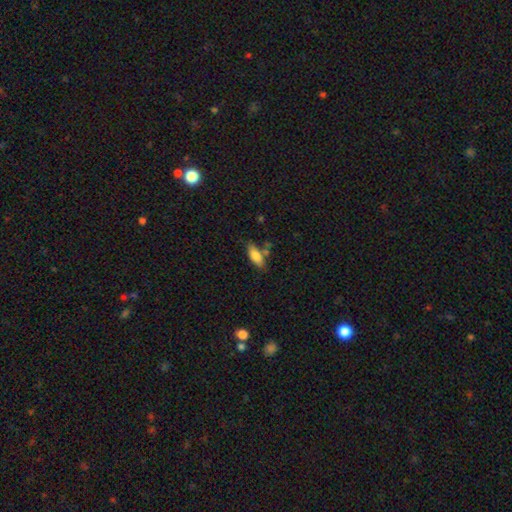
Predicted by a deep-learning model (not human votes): Smooth or featured?
  - smooth: 82% *
  - featured or disk: 11%
  - star or artifact: 7%
How rounded?
  - in between: 74% *
  - cigar-shaped: 23%
  - round: 2%
Merging?
  - none: 67% *
  - minor disturbance: 17%
  - merger: 11%
  - major disturbance: 4%